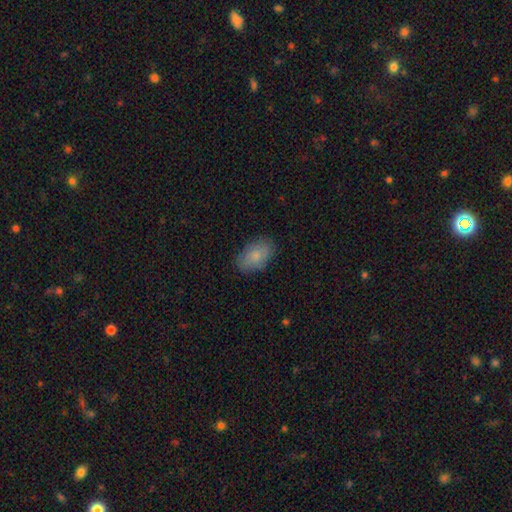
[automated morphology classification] Q: Smooth or featured?
A: smooth (78%); runner-up: featured or disk (15%)
Q: How rounded?
A: in between (91%); runner-up: round (8%)
Q: Merging?
A: none (82%); runner-up: minor disturbance (14%)